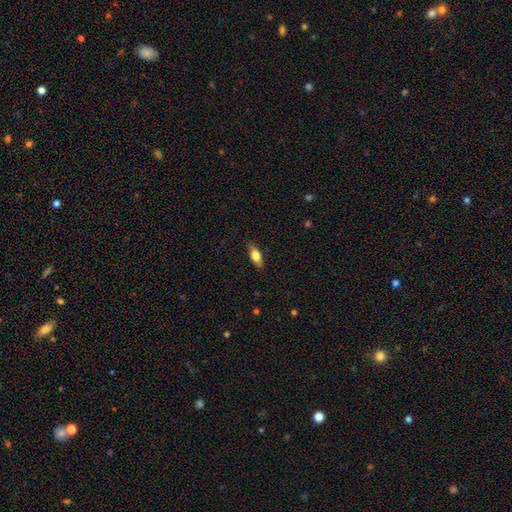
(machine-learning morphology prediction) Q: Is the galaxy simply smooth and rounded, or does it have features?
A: smooth — 67%.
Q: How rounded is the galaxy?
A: in between — 70%.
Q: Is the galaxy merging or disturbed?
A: none — 85%.